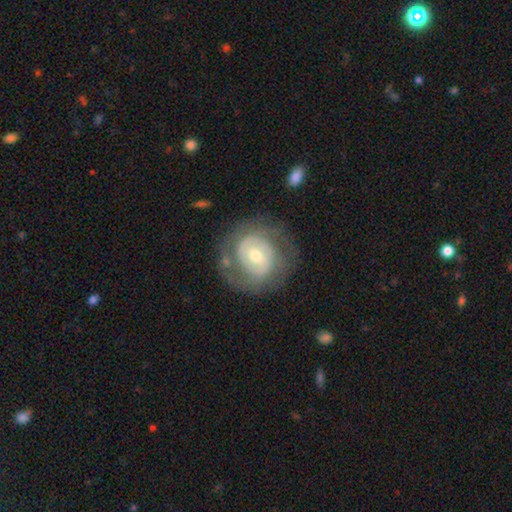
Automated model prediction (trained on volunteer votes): A featured or disk galaxy (74%) with no bar (49%), 2 (49%) tight (61%) spiral arms (77%) and a moderate central bulge (52%).

Vote fractions:
- Smooth or featured? featured or disk: 74% / smooth: 20% / star or artifact: 6%
- Edge-on disk? no: 97% / yes: 3%
- Bar? no: 49% / weak: 39% / strong: 12%
- Spiral arms? yes: 77% / no: 23%
- Spiral winding? tight: 61% / medium: 28% / loose: 10%
- Spiral arm count? 2: 49% / can't tell: 33% / 3: 8% / 1: 5% / 4: 3% / more than 4: 2%
- Bulge size? moderate: 52% / small: 42% / large: 4% / none: 1% / dominant: 1%
- Merging? none: 72% / minor disturbance: 16% / major disturbance: 11% / merger: 2%